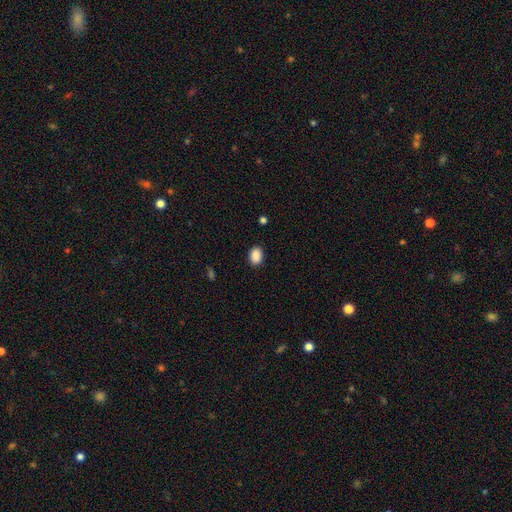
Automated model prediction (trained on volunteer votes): A smooth galaxy with no disk features (89%) that is in between round and cigar-shaped (74%).

Vote fractions:
- Smooth or featured? smooth: 89% / star or artifact: 8% / featured or disk: 3%
- How rounded? in between: 74% / round: 25% / cigar-shaped: 1%
- Merging? none: 88% / minor disturbance: 9% / major disturbance: 2% / merger: 1%